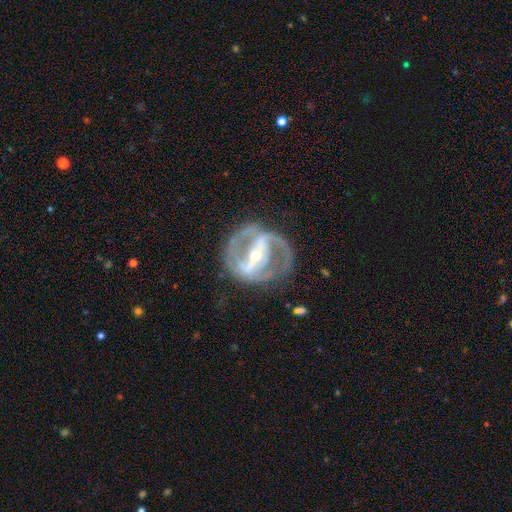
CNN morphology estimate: A featured or disk galaxy (89%) with a strong bar (69%), 2 (82%) medium (50%) spiral arms (88%) and a small central bulge (55%). Merging: none (72%).